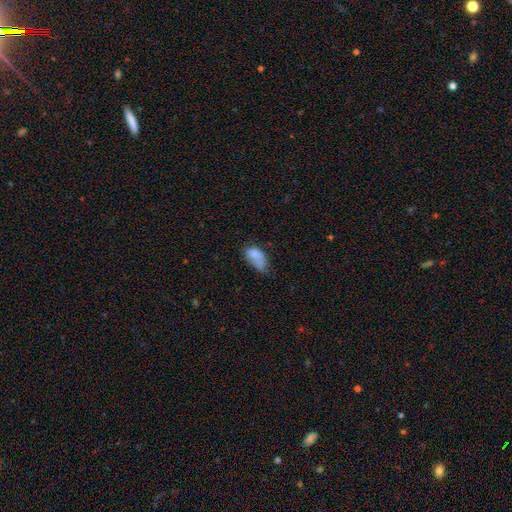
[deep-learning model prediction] Smooth or featured? smooth (74%)
How rounded? in between (91%)
Merging? minor disturbance (35%)